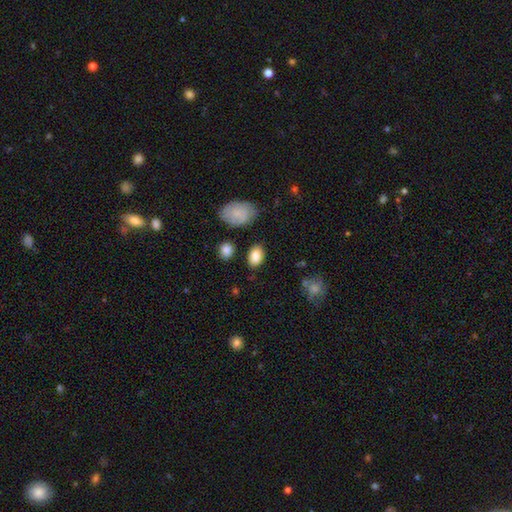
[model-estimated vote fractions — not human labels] smooth-or-featured: smooth: 84% | featured or disk: 8% | star or artifact: 8%
  how-rounded: in between: 87% | round: 12% | cigar-shaped: 1%
  merging: none: 83% | minor disturbance: 11% | merger: 3% | major disturbance: 3%